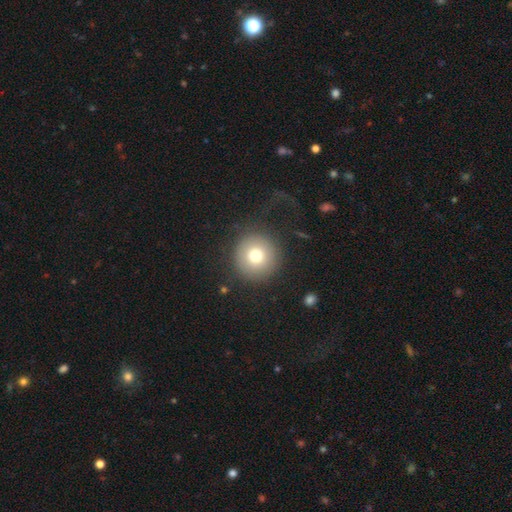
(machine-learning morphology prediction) Smooth or featured? smooth (74%)
How rounded? round (95%)
Merging? none (84%)